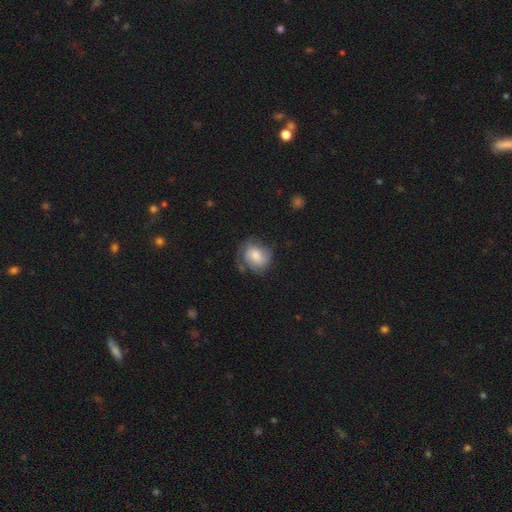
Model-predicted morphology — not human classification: This is possibly a smooth galaxy (56%). How rounded: possibly round (57%). Merging: possibly none (53%).